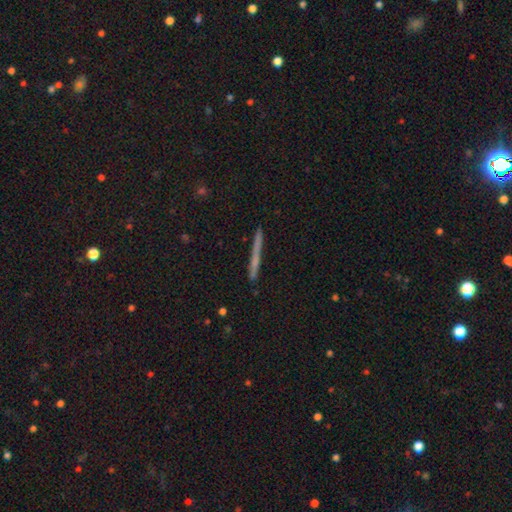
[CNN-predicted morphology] type=smooth (45%, tied with featured or disk); merging=none (91%).